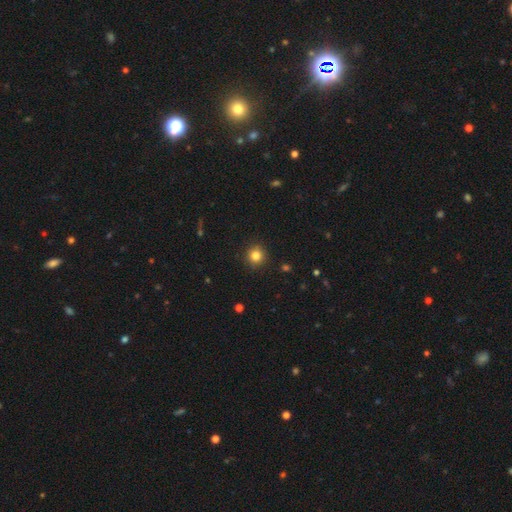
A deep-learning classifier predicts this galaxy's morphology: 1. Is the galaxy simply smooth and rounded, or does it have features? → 83% smooth, 12% star or artifact, 5% featured or disk.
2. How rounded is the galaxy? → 94% round, 5% in between, 1% cigar-shaped.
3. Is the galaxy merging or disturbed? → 92% none, 6% minor disturbance, 2% major disturbance, 1% merger.